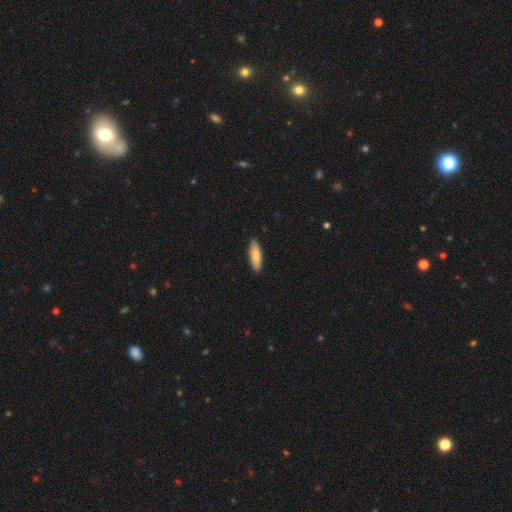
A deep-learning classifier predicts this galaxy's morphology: smooth-or-featured: smooth: 83% | featured or disk: 11% | star or artifact: 5%
  how-rounded: cigar-shaped: 54% | in between: 44% | round: 2%
  merging: none: 89% | minor disturbance: 9% | major disturbance: 2% | merger: 1%